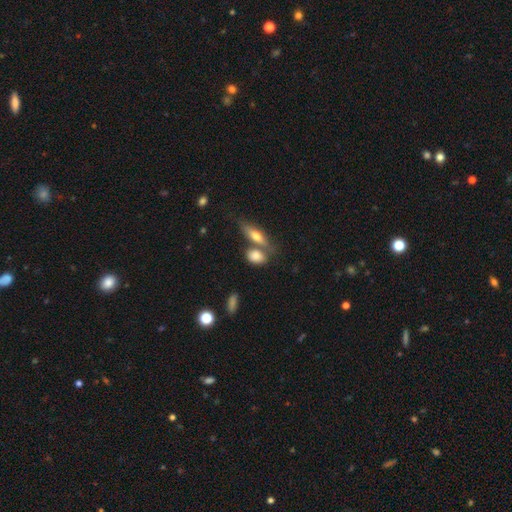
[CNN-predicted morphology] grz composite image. It shows a smooth galaxy with no disk features (78%) that is in between round and cigar-shaped (74%). Merging: none (46%).